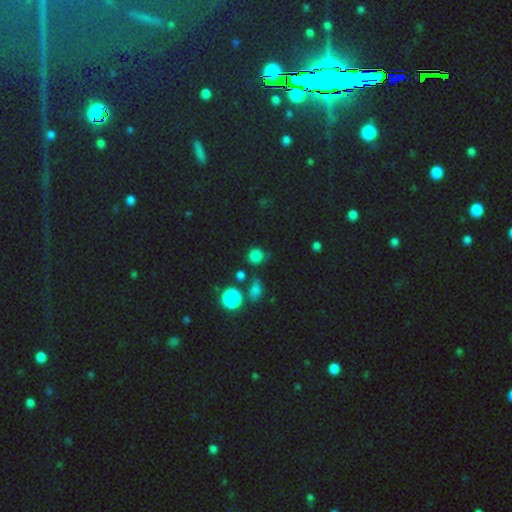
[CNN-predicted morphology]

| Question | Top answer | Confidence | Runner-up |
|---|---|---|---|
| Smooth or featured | smooth | 72% | star or artifact (23%) |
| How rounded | round | 88% | in between (10%) |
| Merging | none | 74% | minor disturbance (14%) |